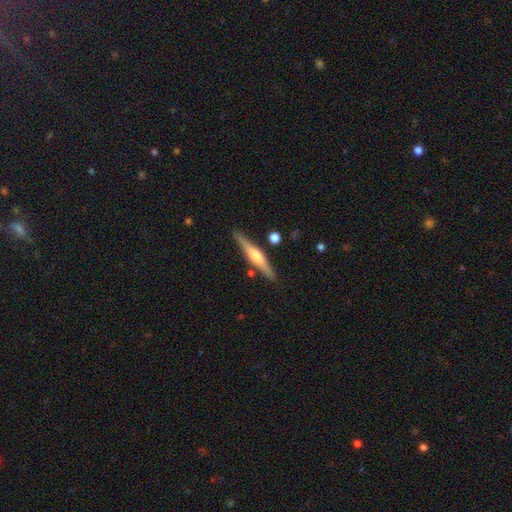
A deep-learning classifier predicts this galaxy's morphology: Smooth or featured: featured or disk — 65% (smooth — 29%)
Edge-on disk: yes — 97% (no — 3%)
Edge-on bulge: rounded — 75% (boxy — 16%)
Merging: none — 86% (minor disturbance — 9%)